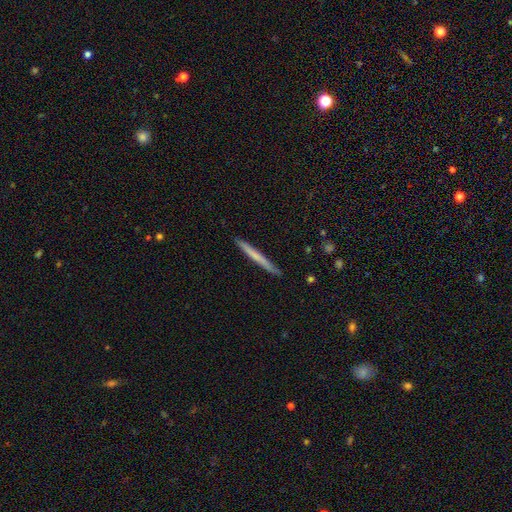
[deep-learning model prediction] Q: Smooth or featured?
A: smooth (58%); runner-up: featured or disk (36%)
Q: How rounded?
A: cigar-shaped (97%); runner-up: in between (2%)
Q: Merging?
A: none (91%); runner-up: minor disturbance (6%)